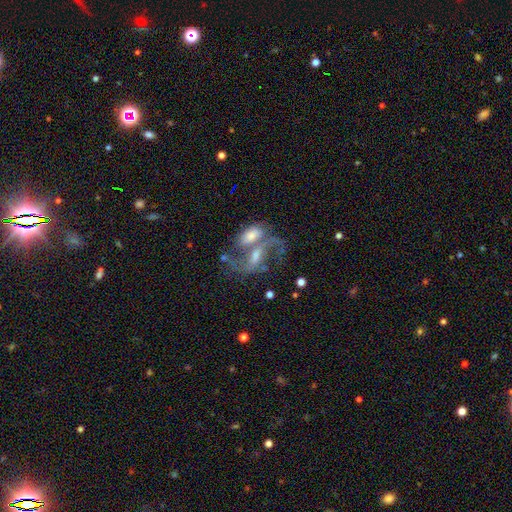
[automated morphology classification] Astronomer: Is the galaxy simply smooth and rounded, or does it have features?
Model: featured or disk — 74%.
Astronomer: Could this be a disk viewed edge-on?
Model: no — 95%.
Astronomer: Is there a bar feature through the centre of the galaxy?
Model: weak — 39% (runner-up: no, 34%).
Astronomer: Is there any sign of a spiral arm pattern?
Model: yes — 80%.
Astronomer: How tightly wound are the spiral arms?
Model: loose — 59%.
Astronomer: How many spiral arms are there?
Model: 2 — 80%.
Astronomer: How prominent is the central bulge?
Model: moderate — 41% (runner-up: small, 34%).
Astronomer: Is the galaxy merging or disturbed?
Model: merger — 53%.